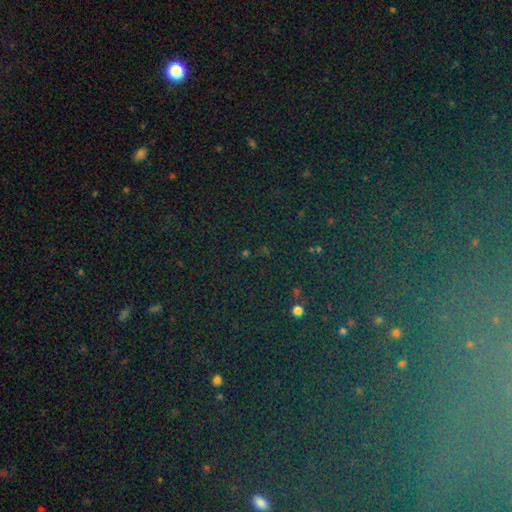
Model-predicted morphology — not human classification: smooth-or-featured: star or artifact: 76% | smooth: 13% | featured or disk: 11%